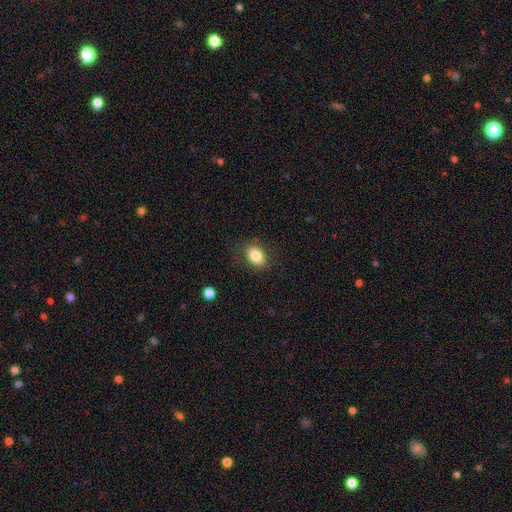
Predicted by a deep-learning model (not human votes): Smooth or featured? Predicted: smooth (p=0.82). How rounded? Predicted: in between (p=0.77). Merging? Predicted: none (p=0.79).